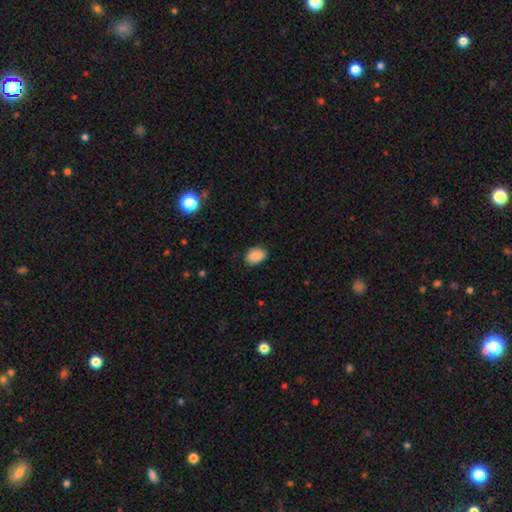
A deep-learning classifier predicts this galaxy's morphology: smooth_or_featured: smooth (p=0.88) [alt: star or artifact p=0.08]
how_rounded: in between (p=0.80) [alt: round p=0.19]
merging: none (p=0.83) [alt: minor disturbance p=0.14]